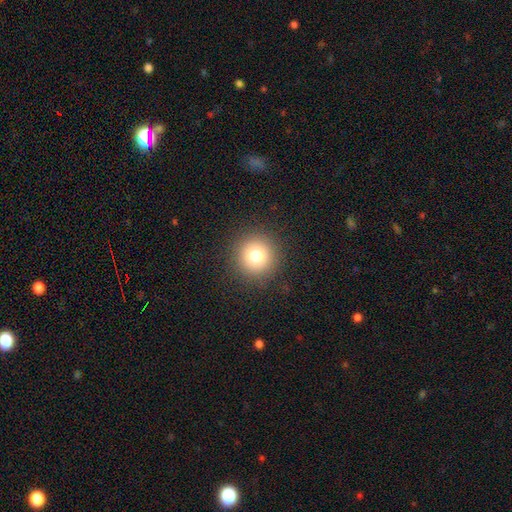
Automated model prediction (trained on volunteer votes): This is likely a smooth galaxy (77%). How rounded: clearly round (95%). Merging: clearly none (91%).